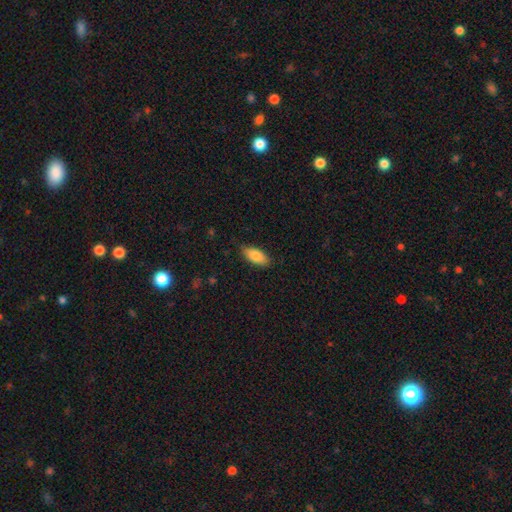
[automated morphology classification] smooth_or_featured: smooth (p=0.84) [alt: featured or disk p=0.09]
how_rounded: in between (p=0.86) [alt: cigar-shaped p=0.12]
merging: none (p=0.83) [alt: minor disturbance p=0.14]